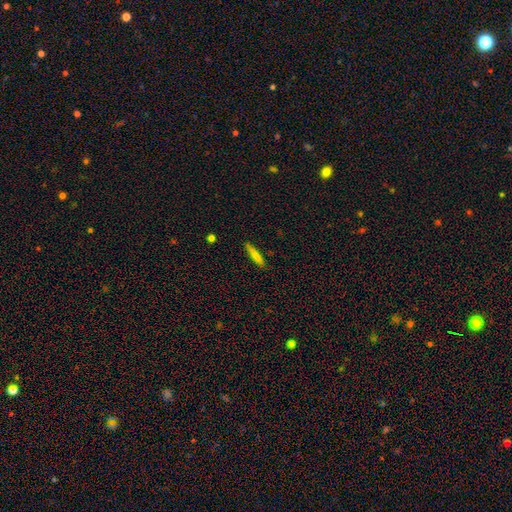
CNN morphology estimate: Smooth or featured? Predicted: smooth (p=0.76). How rounded? Predicted: cigar-shaped (p=0.90). Merging? Predicted: none (p=0.84).